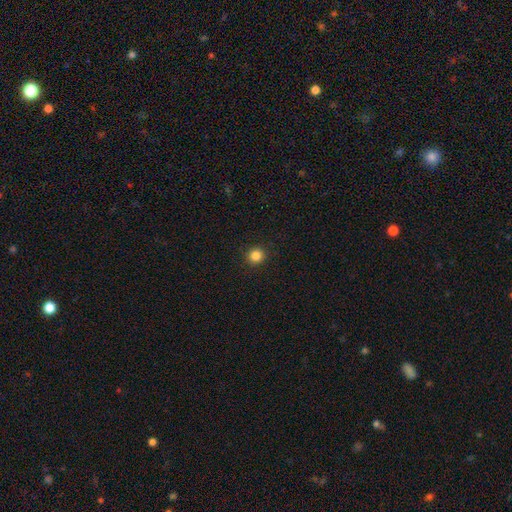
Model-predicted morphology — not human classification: smooth-or-featured: smooth: 85% | star or artifact: 12% | featured or disk: 4%
  how-rounded: round: 93% | in between: 6% | cigar-shaped: 1%
  merging: none: 92% | minor disturbance: 5% | major disturbance: 2% | merger: 1%